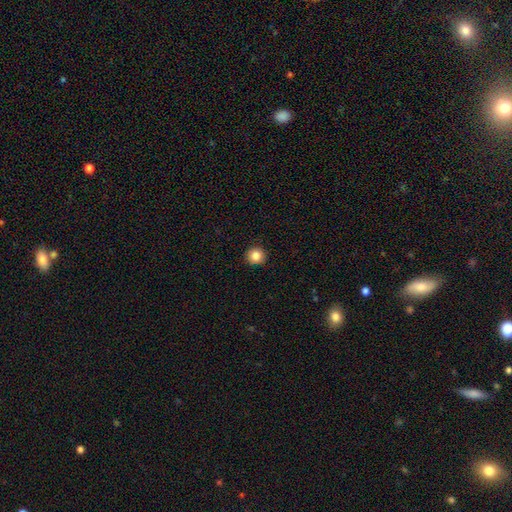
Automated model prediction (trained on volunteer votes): Smooth or featured?
  - smooth: 85% *
  - star or artifact: 10%
  - featured or disk: 5%
How rounded?
  - round: 93% *
  - in between: 6%
  - cigar-shaped: 1%
Merging?
  - none: 92% *
  - minor disturbance: 5%
  - major disturbance: 2%
  - merger: 1%